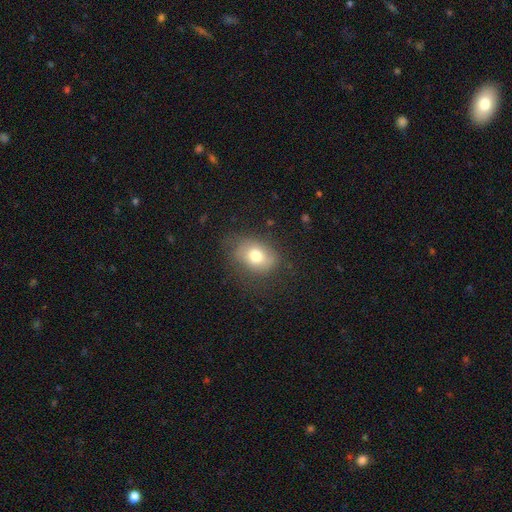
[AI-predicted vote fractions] Q: Smooth or featured?
A: smooth (73%); runner-up: featured or disk (18%)
Q: How rounded?
A: in between (69%); runner-up: round (29%)
Q: Merging?
A: none (65%); runner-up: minor disturbance (23%)